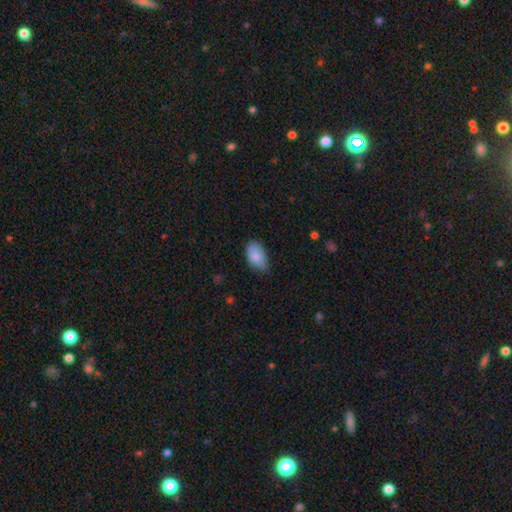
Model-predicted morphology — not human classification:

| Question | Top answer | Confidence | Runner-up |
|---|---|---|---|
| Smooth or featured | smooth | 84% | featured or disk (10%) |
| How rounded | in between | 93% | round (5%) |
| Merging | none | 70% | minor disturbance (25%) |